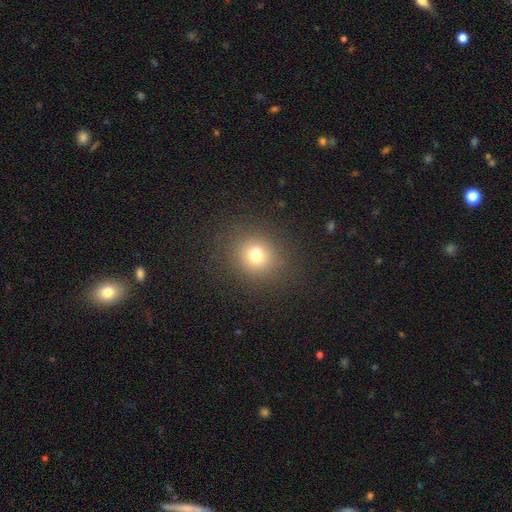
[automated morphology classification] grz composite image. It shows a smooth galaxy with no disk features (71%) that is round (83%). Merging: none (83%).